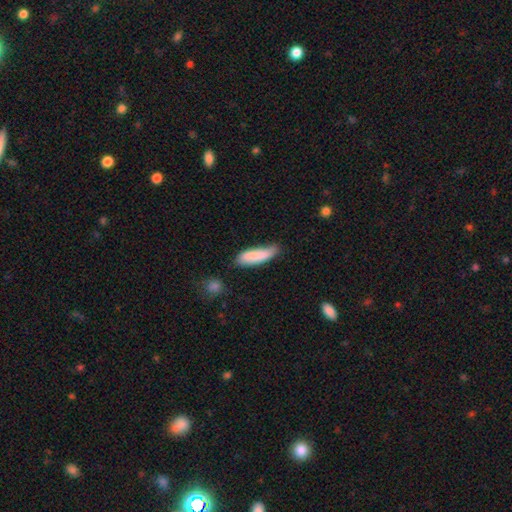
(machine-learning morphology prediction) Q: Smooth or featured?
A: smooth (81%); runner-up: featured or disk (13%)
Q: How rounded?
A: cigar-shaped (55%); runner-up: in between (43%)
Q: Merging?
A: none (55%); runner-up: minor disturbance (31%)